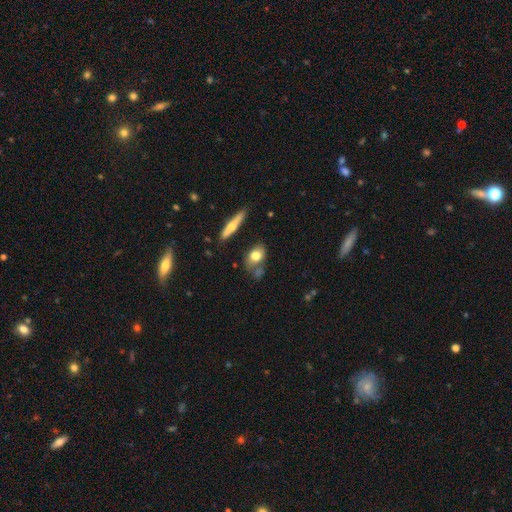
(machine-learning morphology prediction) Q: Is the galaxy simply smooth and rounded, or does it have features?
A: smooth — 71%.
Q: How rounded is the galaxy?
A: in between — 71%.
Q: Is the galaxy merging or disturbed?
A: none — 57%.